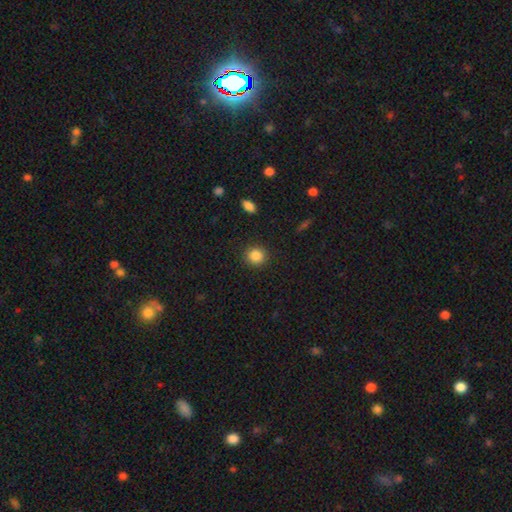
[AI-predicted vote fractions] Smooth or featured: smooth — 85% (star or artifact — 10%)
How rounded: round — 90% (in between — 9%)
Merging: none — 91% (minor disturbance — 5%)